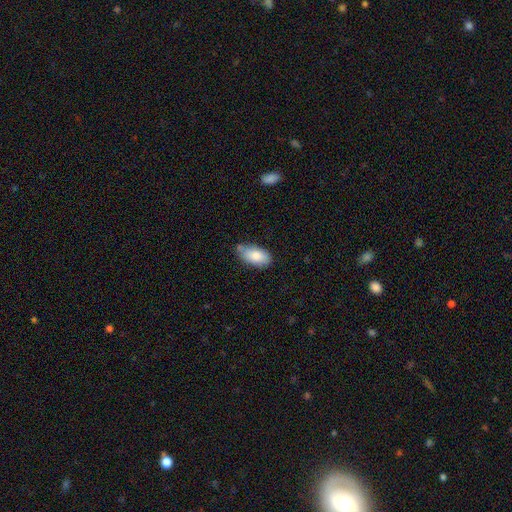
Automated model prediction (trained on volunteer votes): The model was most divided on "merging": none: 63%, minor disturbance: 27%, merger: 6%, major disturbance: 5%. More confident: how rounded — in between (93%); smooth or featured — smooth (82%).